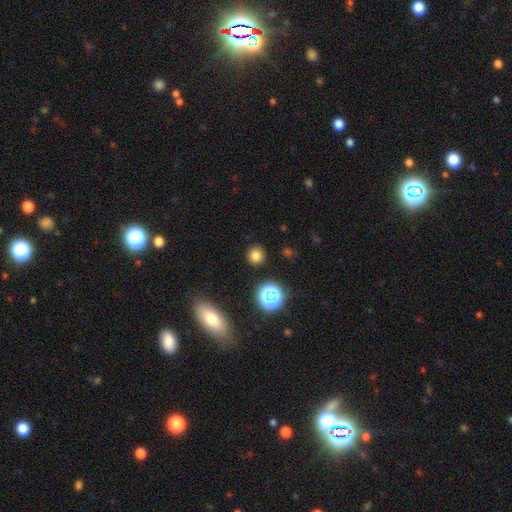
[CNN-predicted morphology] type=smooth (76%); roundness=round (91%); merging=none (89%).